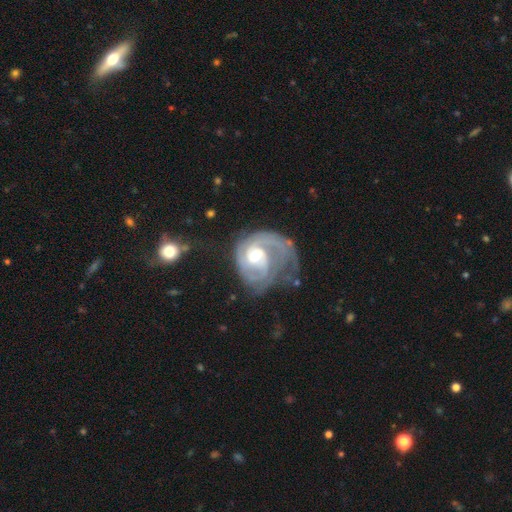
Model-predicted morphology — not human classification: This is clearly a featured or disk galaxy (89%). It is clearly not viewed edge-on (98%). Bar: possibly no (51%). Spiral arm pattern: clearly yes (96%). Spiral arm count: marginally 2 (42%). Spiral winding: possibly tight (56%). Central bulge: likely moderate (67%). Merging: marginally none (39%).